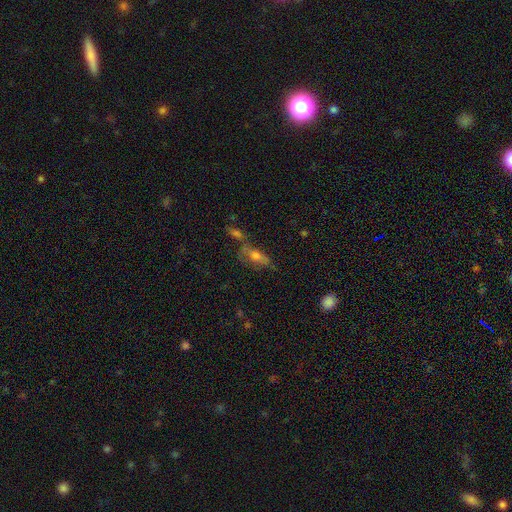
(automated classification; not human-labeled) smooth_or_featured: smooth (p=0.54) [alt: featured or disk p=0.34]
how_rounded: in between (p=0.62) [alt: cigar-shaped p=0.33]
merging: none (p=0.42) [alt: merger p=0.31]